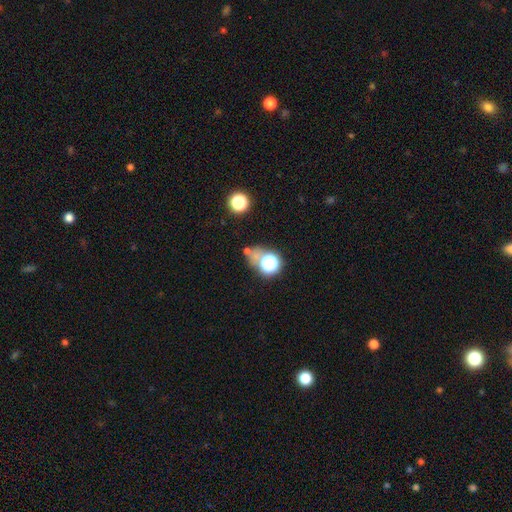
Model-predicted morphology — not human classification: A smooth galaxy with no disk features (49%). Merging: none (55%).